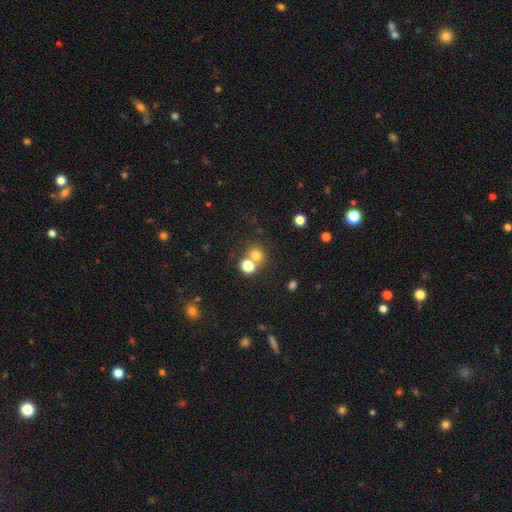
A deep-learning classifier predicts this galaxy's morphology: Overall: smooth (72%). How rounded: round (80%). Merging: none (54%; merger 35%).